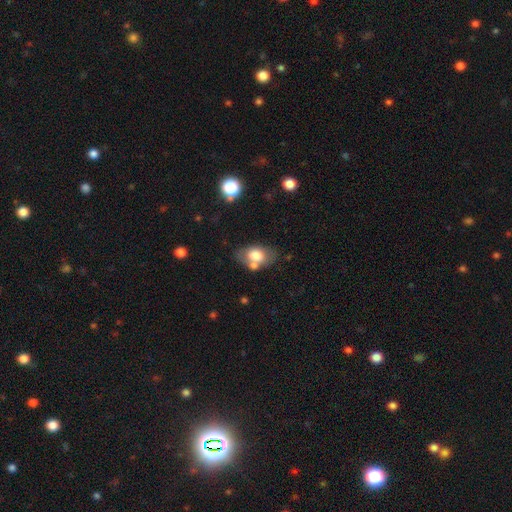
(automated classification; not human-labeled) A smooth galaxy with no disk features (70%) that is in between round and cigar-shaped (87%).

Vote fractions:
- Smooth or featured? smooth: 70% / featured or disk: 22% / star or artifact: 8%
- How rounded? in between: 87% / round: 12% / cigar-shaped: 2%
- Merging? none: 55% / merger: 20% / minor disturbance: 19% / major disturbance: 6%